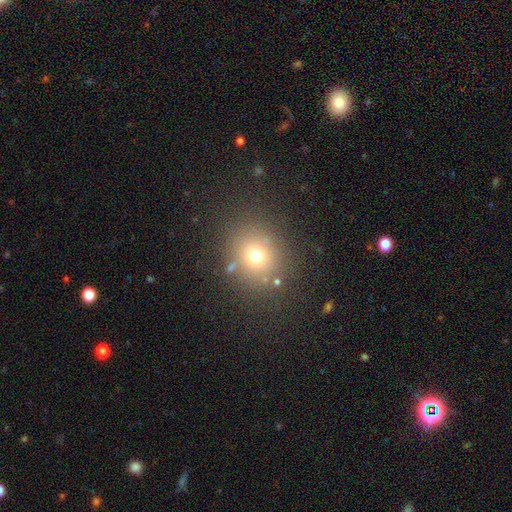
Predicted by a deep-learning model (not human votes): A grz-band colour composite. It shows a smooth galaxy with no disk features (69%) that is round (78%). Merging: none (81%).